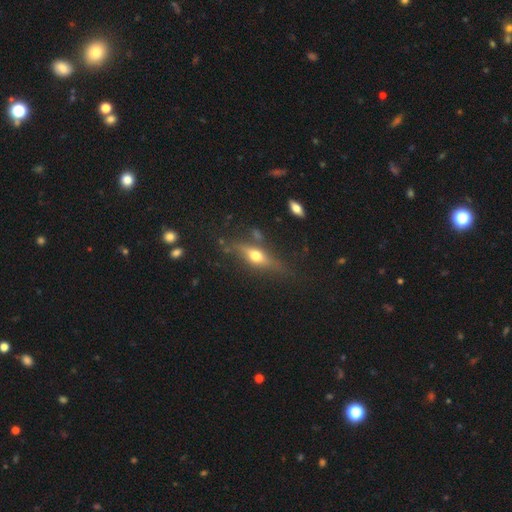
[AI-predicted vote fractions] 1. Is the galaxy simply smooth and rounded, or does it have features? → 50% featured or disk, 40% smooth, 10% star or artifact.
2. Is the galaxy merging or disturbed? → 74% none, 16% minor disturbance, 6% major disturbance, 4% merger.